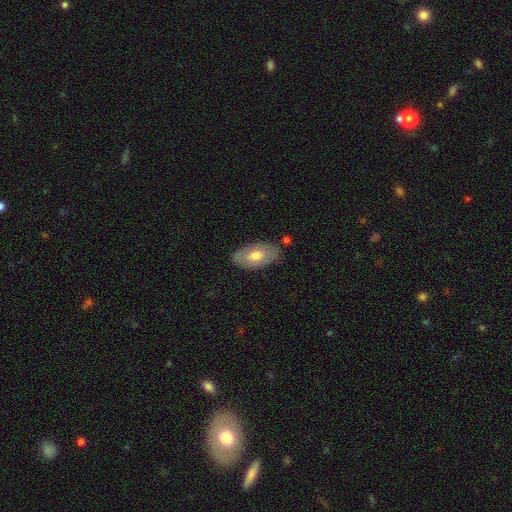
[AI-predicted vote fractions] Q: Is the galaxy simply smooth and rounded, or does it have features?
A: smooth — 60%.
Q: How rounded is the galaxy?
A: in between — 93%.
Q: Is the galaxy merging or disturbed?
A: none — 80%.